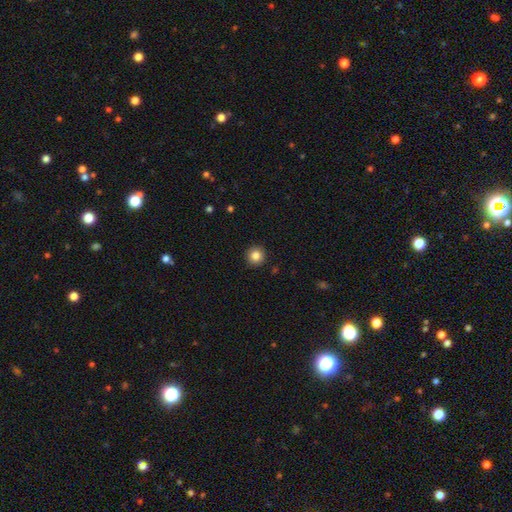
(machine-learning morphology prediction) type=smooth (84%); roundness=round (95%); merging=none (93%).